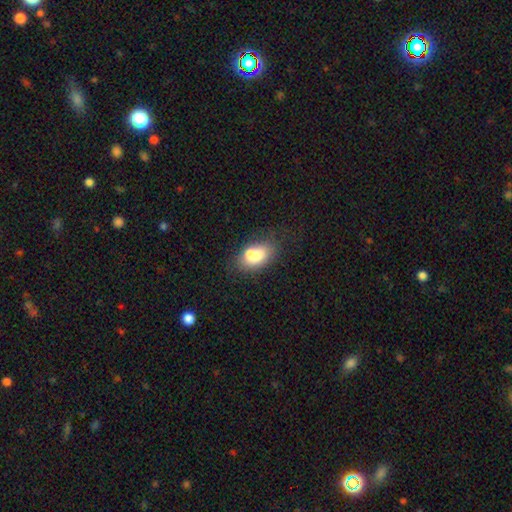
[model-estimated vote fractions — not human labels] Smooth or featured?
  - smooth: 71% *
  - featured or disk: 19%
  - star or artifact: 10%
How rounded?
  - in between: 85% *
  - round: 13%
  - cigar-shaped: 2%
Merging?
  - none: 43% *
  - merger: 29%
  - minor disturbance: 19%
  - major disturbance: 9%